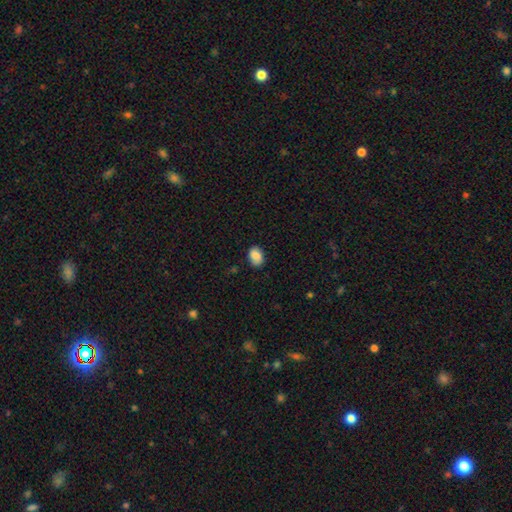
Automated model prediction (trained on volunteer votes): Smooth or featured? smooth (84%)
How rounded? in between (77%)
Merging? none (78%)